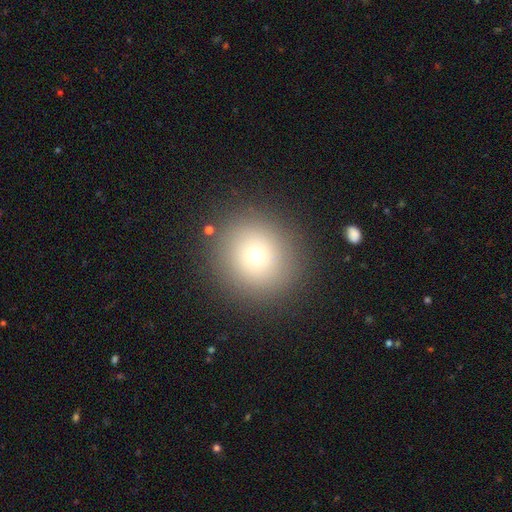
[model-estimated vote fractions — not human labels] Smooth or featured? Predicted: smooth (p=0.70). How rounded? Predicted: round (p=0.92). Merging? Predicted: none (p=0.87).